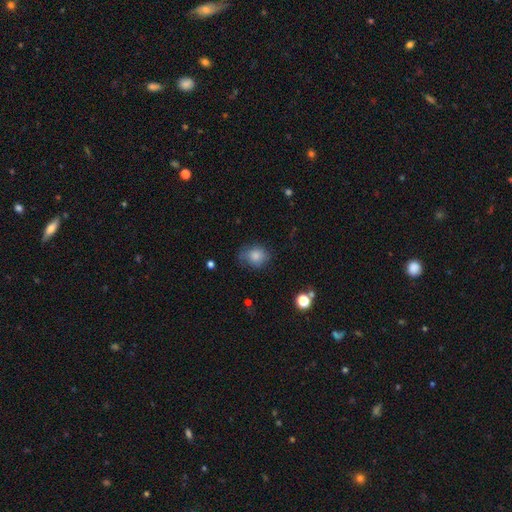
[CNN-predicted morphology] smooth-or-featured: smooth: 81% | featured or disk: 10% | star or artifact: 9%
  how-rounded: round: 59% | in between: 40% | cigar-shaped: 1%
  merging: none: 60% | minor disturbance: 28% | major disturbance: 10% | merger: 2%